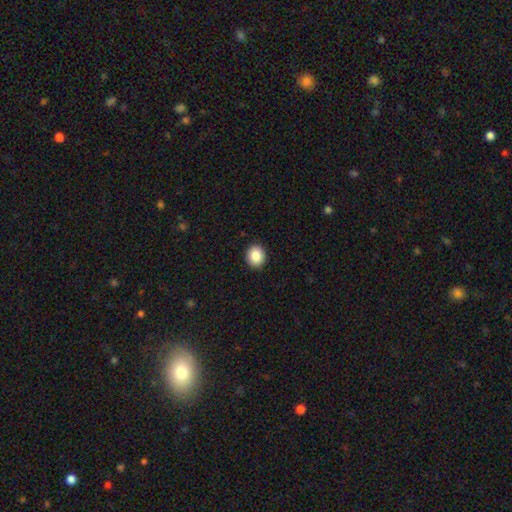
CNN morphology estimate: This appears to be a smooth galaxy with no disk features (87%) that is round (76%). Merging: none (92%).